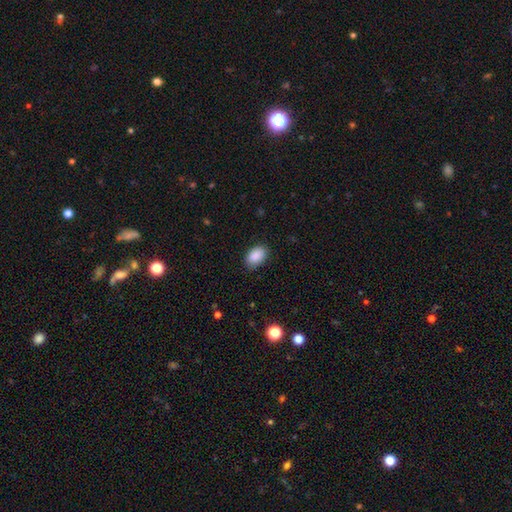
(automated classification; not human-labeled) Overall: smooth (89%). How rounded: in between (90%). Merging: none (84%).